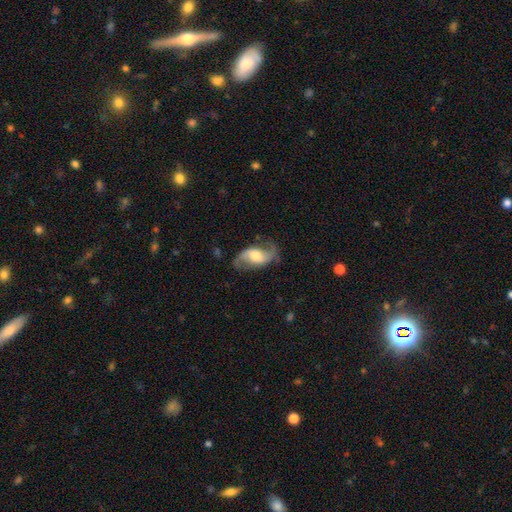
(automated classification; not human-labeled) The model was most divided on "bar": no: 43%, weak: 41%, strong: 15%. More confident: edge-on disk — no (96%); spiral arms — yes (93%); spiral arm count — 2 (92%); smooth or featured — featured or disk (80%); merging — none (73%); spiral winding — loose (60%); bulge size — moderate (56%).